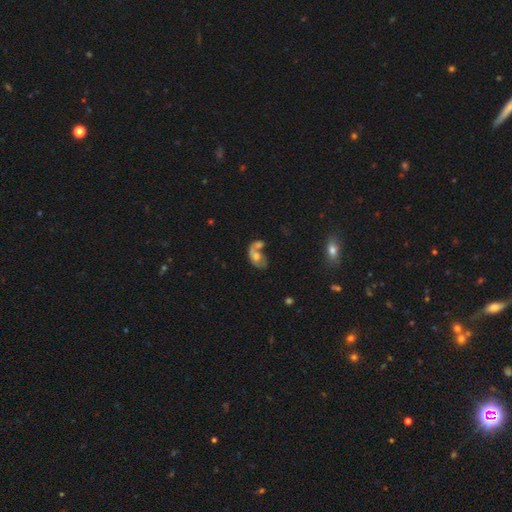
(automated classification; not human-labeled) smooth-or-featured: smooth: 47% | featured or disk: 44% | star or artifact: 10%
  merging: merger: 55% | none: 20% | major disturbance: 14% | minor disturbance: 11%